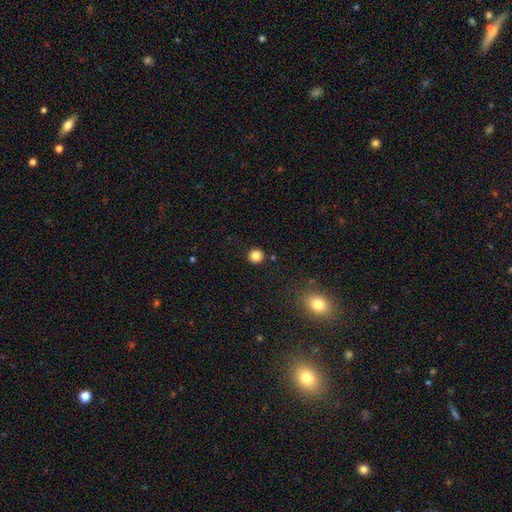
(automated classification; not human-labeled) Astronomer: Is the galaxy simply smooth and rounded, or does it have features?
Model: smooth — 84%.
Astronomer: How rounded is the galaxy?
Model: round — 91%.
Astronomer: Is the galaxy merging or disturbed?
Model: none — 91%.